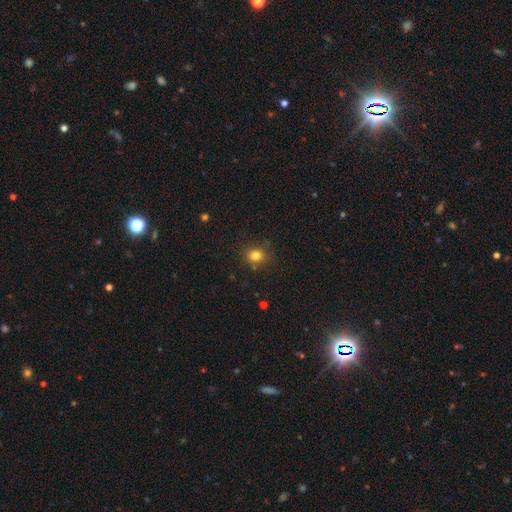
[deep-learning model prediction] smooth 80%, star or artifact 13%, featured or disk 6%. Down the decision tree: how rounded — round (73%); merging — none (82%).